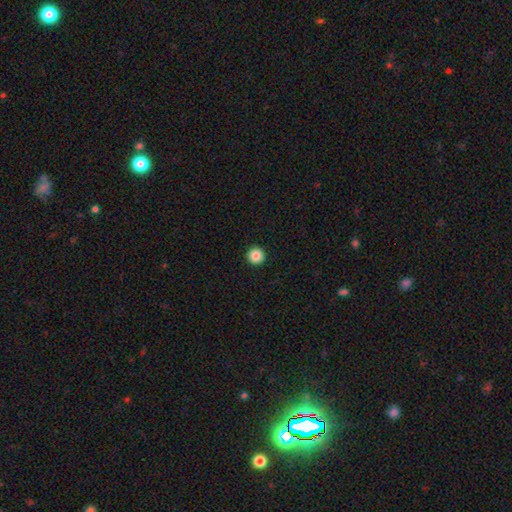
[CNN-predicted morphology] A smooth galaxy with no disk features (86%) that is round (97%).

Vote fractions:
- Smooth or featured? smooth: 86% / star or artifact: 10% / featured or disk: 4%
- How rounded? round: 97% / in between: 2% / cigar-shaped: 1%
- Merging? none: 94% / minor disturbance: 3% / major disturbance: 1% / merger: 1%